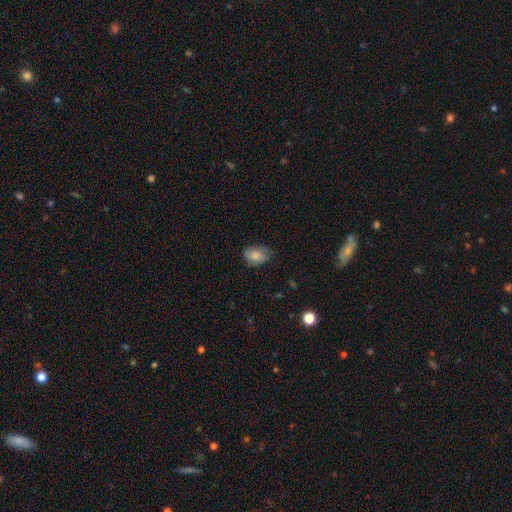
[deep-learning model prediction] This is clearly a smooth galaxy (83%). How rounded: likely in between (78%). Merging: likely none (66%).